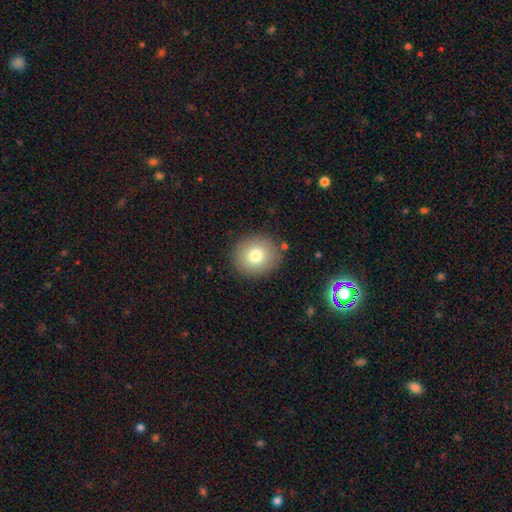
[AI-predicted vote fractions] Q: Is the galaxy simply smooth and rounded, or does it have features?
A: smooth — 78%.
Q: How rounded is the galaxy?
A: round — 83%.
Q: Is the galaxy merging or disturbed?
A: none — 86%.